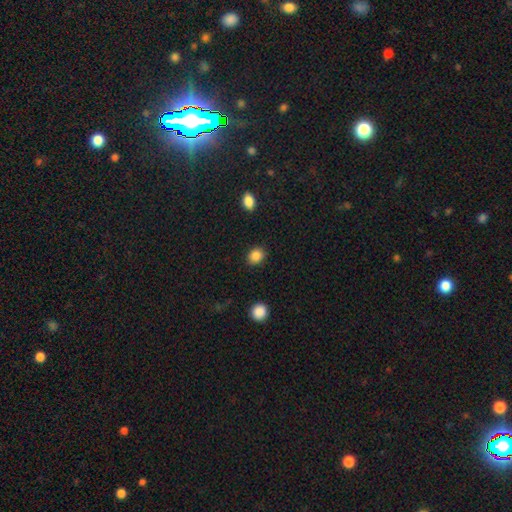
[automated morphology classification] smooth_or_featured: smooth (p=0.87) [alt: star or artifact p=0.10]
how_rounded: round (p=0.53) [alt: in between p=0.46]
merging: none (p=0.88) [alt: minor disturbance p=0.08]